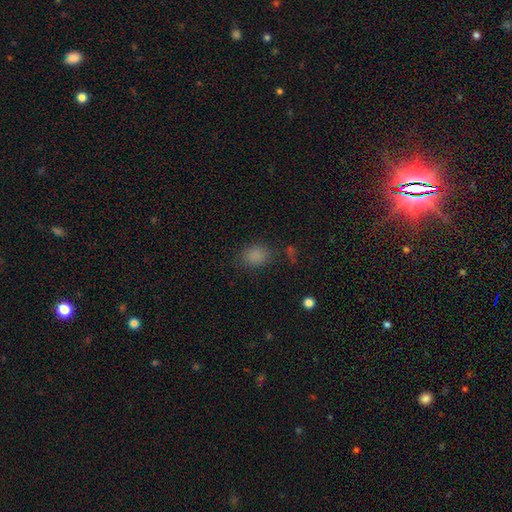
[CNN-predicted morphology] smooth-or-featured: smooth: 82% | star or artifact: 14% | featured or disk: 4%
  how-rounded: in between: 55% | round: 44% | cigar-shaped: 1%
  merging: none: 78% | minor disturbance: 14% | major disturbance: 5% | merger: 3%